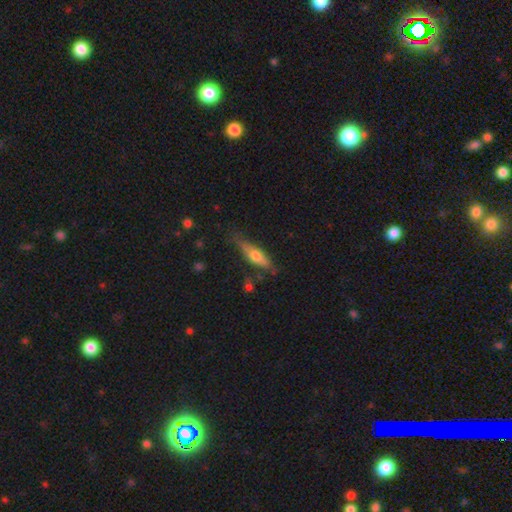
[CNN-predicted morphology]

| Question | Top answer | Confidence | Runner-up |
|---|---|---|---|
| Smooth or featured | smooth | 52% | featured or disk (41%) |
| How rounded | cigar-shaped | 61% | in between (37%) |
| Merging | none | 67% | minor disturbance (24%) |